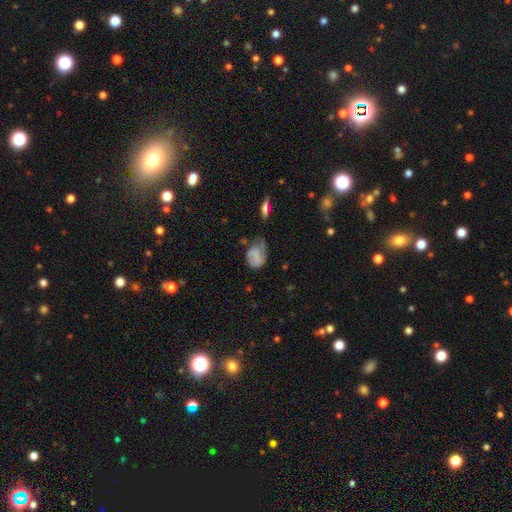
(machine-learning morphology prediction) A smooth galaxy with no disk features (57%) that is in between round and cigar-shaped (66%).

Vote fractions:
- Smooth or featured? smooth: 57% / featured or disk: 34% / star or artifact: 9%
- How rounded? in between: 66% / round: 32% / cigar-shaped: 2%
- Merging? none: 36% (tied) / minor disturbance: 36% (tied) / major disturbance: 25% / merger: 4%